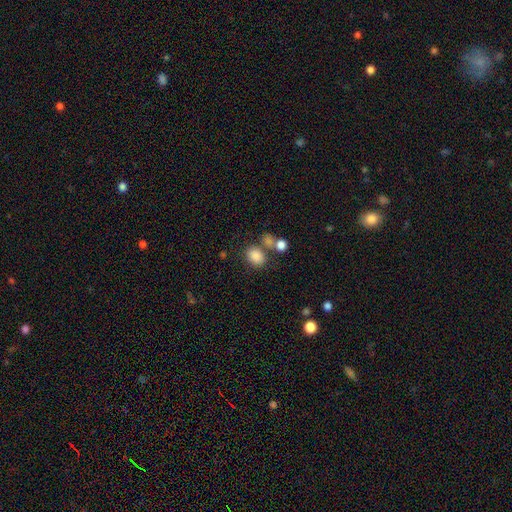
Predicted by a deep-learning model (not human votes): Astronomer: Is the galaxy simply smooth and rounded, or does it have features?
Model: smooth — 83%.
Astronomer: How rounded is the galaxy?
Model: in between — 61% (runner-up: round, 38%).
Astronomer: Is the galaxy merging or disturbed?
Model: none — 59%.